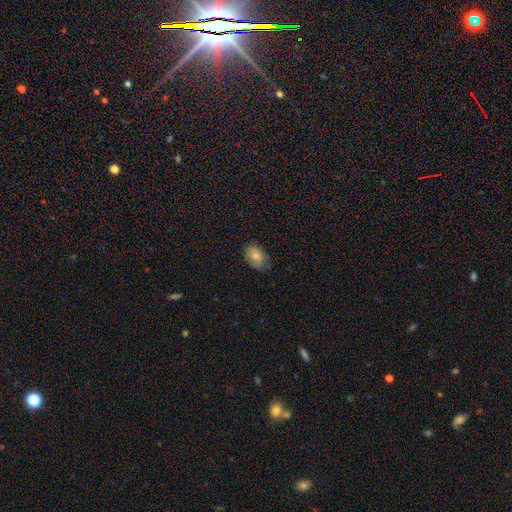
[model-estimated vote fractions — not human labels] This is clearly a smooth galaxy (81%). How rounded: clearly in between (83%). Merging: likely none (69%).